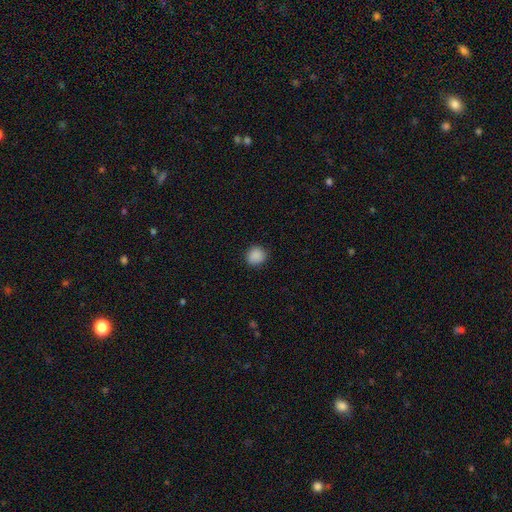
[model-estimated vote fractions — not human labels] A smooth galaxy with no disk features (88%) that is round (89%).

Vote fractions:
- Smooth or featured? smooth: 88% / star or artifact: 9% / featured or disk: 3%
- How rounded? round: 89% / in between: 10% / cigar-shaped: 1%
- Merging? none: 89% / minor disturbance: 8% / major disturbance: 2% / merger: 1%